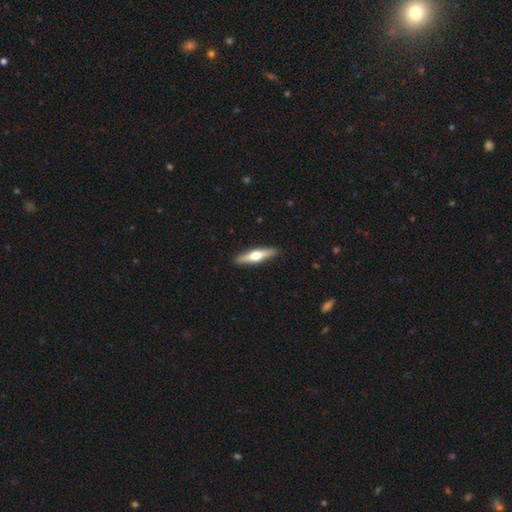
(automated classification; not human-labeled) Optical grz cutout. It shows a featured or disk galaxy (56%) viewed edge-on (95%) with a rounded central bulge (95%). Merging: none (91%).